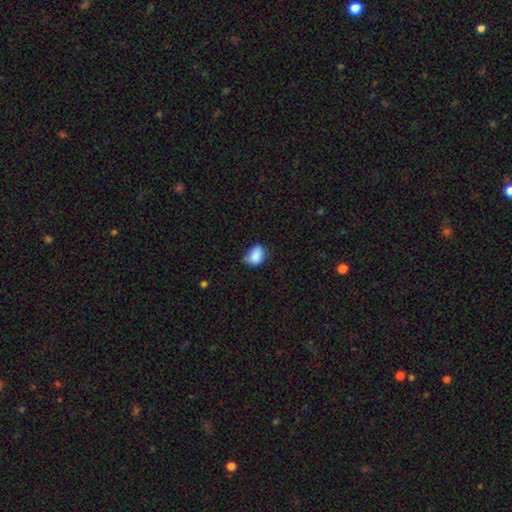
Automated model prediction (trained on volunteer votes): smooth 85%, star or artifact 8%, featured or disk 6%. Down the decision tree: how rounded — in between (69%); merging — none (49%).